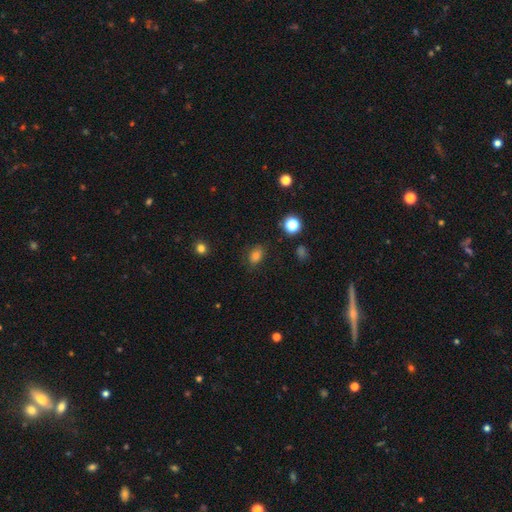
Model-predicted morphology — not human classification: The model was most divided on "how rounded": in between: 71%, round: 28%, cigar-shaped: 2%. More confident: merging — none (80%); smooth or featured — smooth (78%).